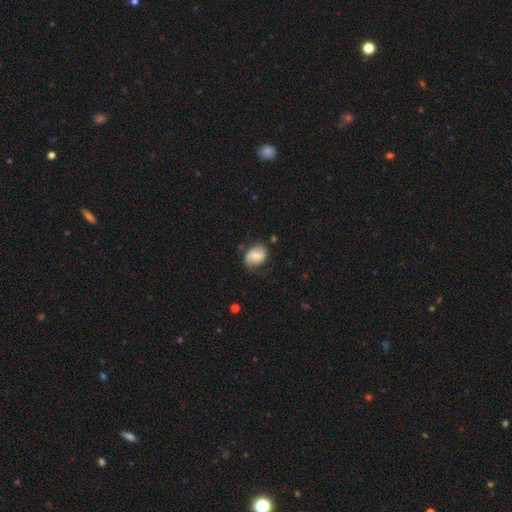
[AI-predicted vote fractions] Smooth or featured: featured or disk — 54% (smooth — 39%)
Edge-on disk: no — 97% (yes — 3%)
Bar: weak — 45% (no — 38%)
Spiral arms: yes — 84% (no — 16%)
Bulge size: moderate — 53% (small — 38%)
Merging: none — 64% (minor disturbance — 26%)